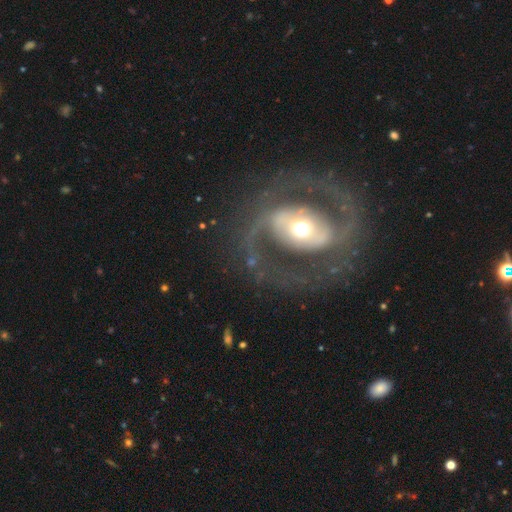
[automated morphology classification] This appears to be a featured or disk galaxy (86%) with a strong bar (38%), 2 (90%) medium (52%) spiral arms (84%) and a moderate central bulge (61%). Merging: none (79%).